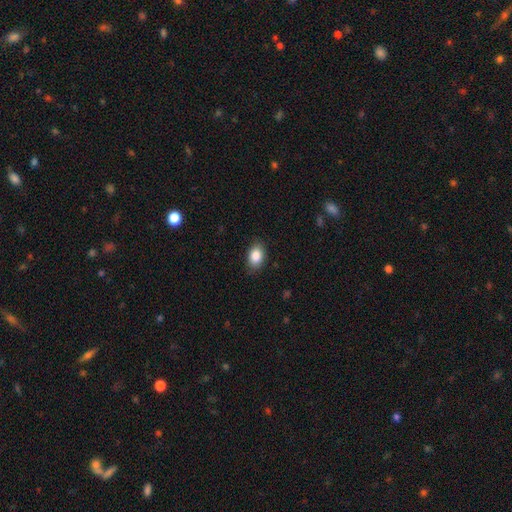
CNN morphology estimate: Smooth or featured?
  - smooth: 87% *
  - star or artifact: 8%
  - featured or disk: 6%
How rounded?
  - in between: 83% *
  - round: 15%
  - cigar-shaped: 1%
Merging?
  - none: 84% *
  - minor disturbance: 12%
  - major disturbance: 3%
  - merger: 1%